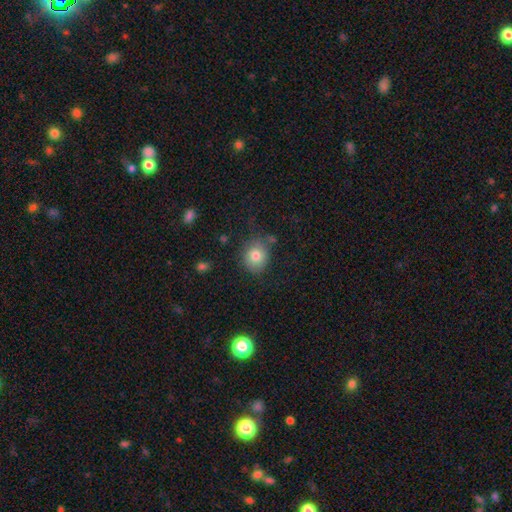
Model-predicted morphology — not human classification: Smooth or featured? smooth (80%)
How rounded? round (73%)
Merging? none (74%)